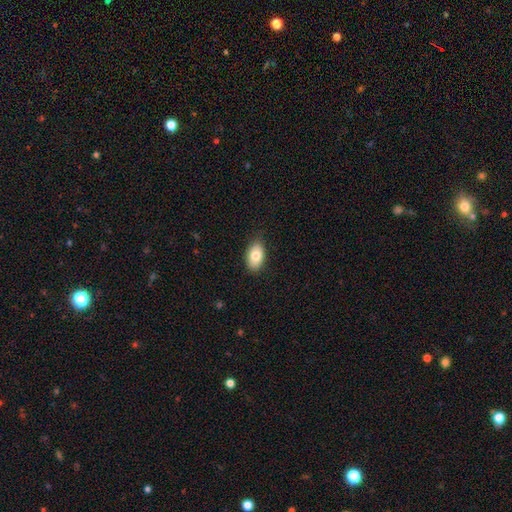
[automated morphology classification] Q: Smooth or featured?
A: smooth (80%); runner-up: featured or disk (13%)
Q: How rounded?
A: in between (91%); runner-up: round (7%)
Q: Merging?
A: none (82%); runner-up: minor disturbance (14%)